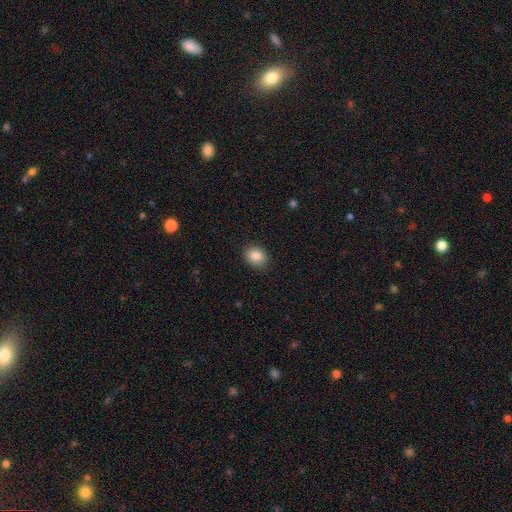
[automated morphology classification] The model was most divided on "how rounded": in between: 52%, round: 47%, cigar-shaped: 1%. More confident: smooth or featured — smooth (87%); merging — none (87%).